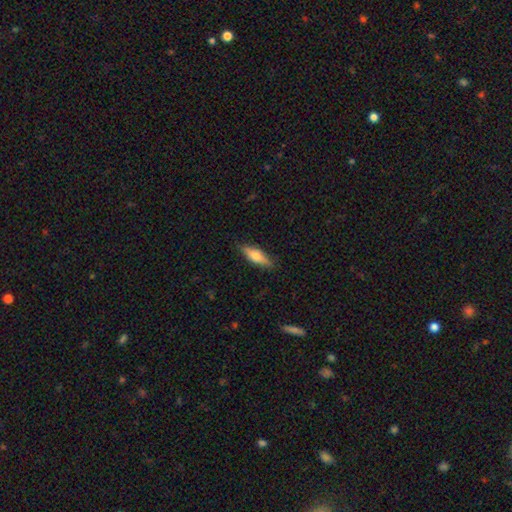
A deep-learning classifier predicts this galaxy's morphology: smooth 55%, featured or disk 38%, star or artifact 7%. Down the decision tree: how rounded — cigar-shaped (53%); merging — none (85%).